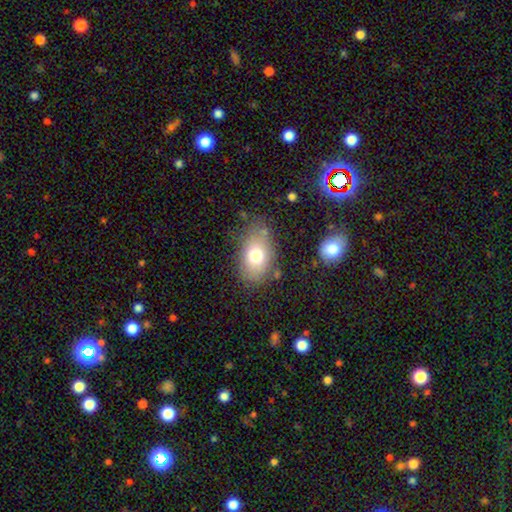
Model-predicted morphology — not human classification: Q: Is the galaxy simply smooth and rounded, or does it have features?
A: smooth — 73%.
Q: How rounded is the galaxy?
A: in between — 83%.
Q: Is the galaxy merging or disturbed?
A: none — 72%.